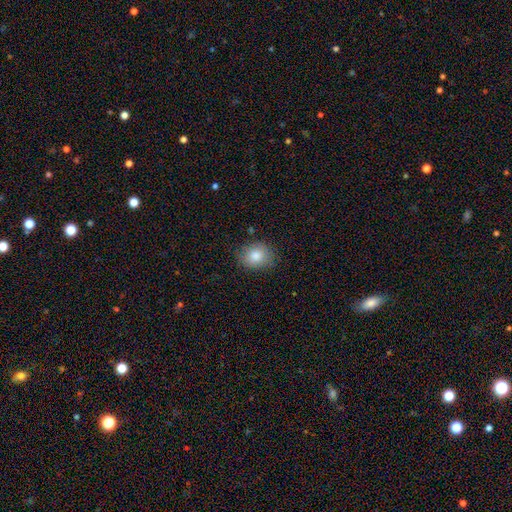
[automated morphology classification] smooth-or-featured: smooth: 83% | star or artifact: 9% | featured or disk: 8%
  how-rounded: in between: 50% | round: 49% | cigar-shaped: 1%
  merging: none: 81% | minor disturbance: 15% | major disturbance: 3% | merger: 1%